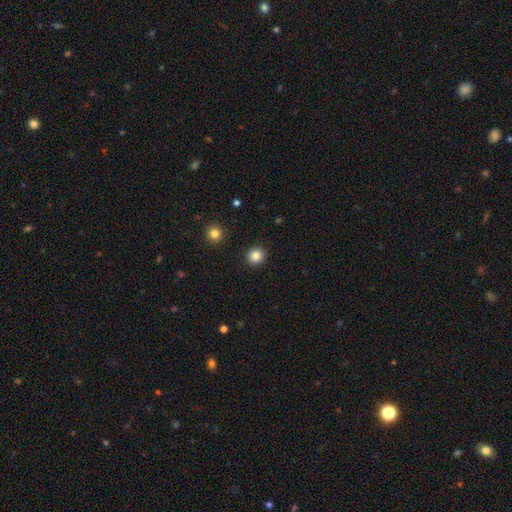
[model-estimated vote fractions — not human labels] Smooth or featured?
  - smooth: 85% *
  - star or artifact: 11%
  - featured or disk: 5%
How rounded?
  - round: 90% *
  - in between: 9%
  - cigar-shaped: 1%
Merging?
  - none: 92% *
  - minor disturbance: 5%
  - major disturbance: 2%
  - merger: 1%